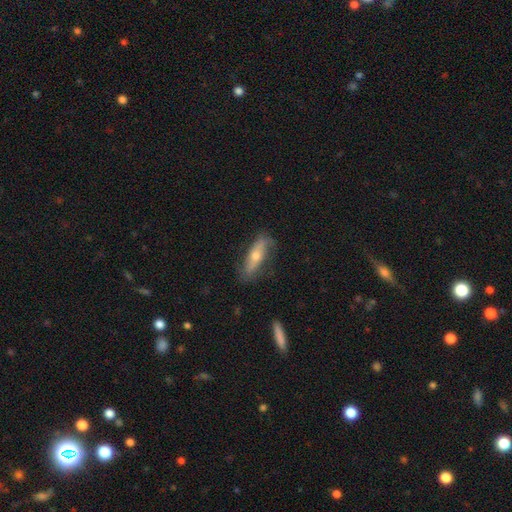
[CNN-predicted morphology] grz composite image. It shows a featured or disk galaxy (50%) viewed edge-on (53%). Merging: none (74%).